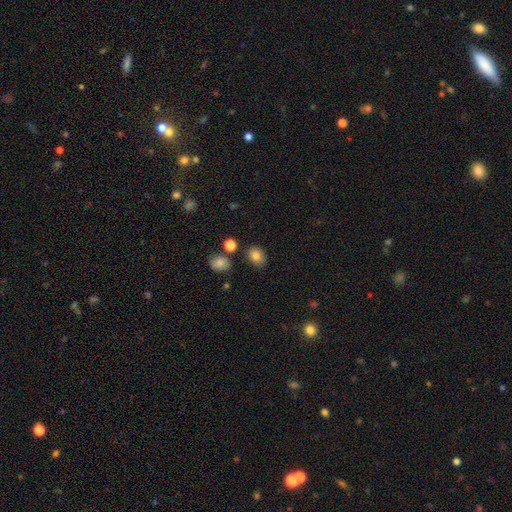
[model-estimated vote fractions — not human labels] Smooth or featured?
  - smooth: 82% *
  - star or artifact: 11%
  - featured or disk: 7%
How rounded?
  - in between: 60% *
  - round: 39%
  - cigar-shaped: 1%
Merging?
  - none: 81% *
  - minor disturbance: 12%
  - merger: 4%
  - major disturbance: 3%